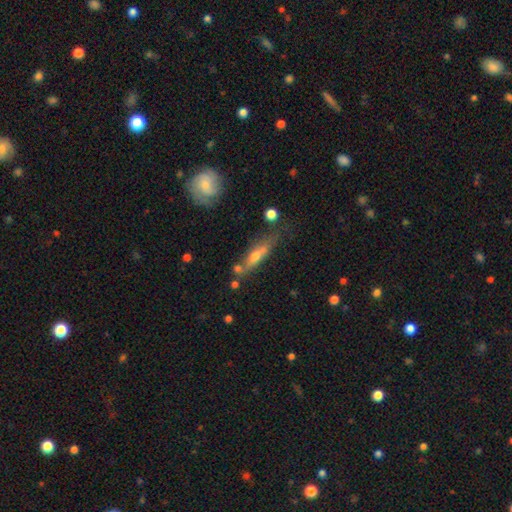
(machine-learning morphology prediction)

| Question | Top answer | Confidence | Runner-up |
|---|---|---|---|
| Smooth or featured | featured or disk | 57% | smooth (34%) |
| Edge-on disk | yes | 76% | no (24%) |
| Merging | none | 60% | minor disturbance (22%) |